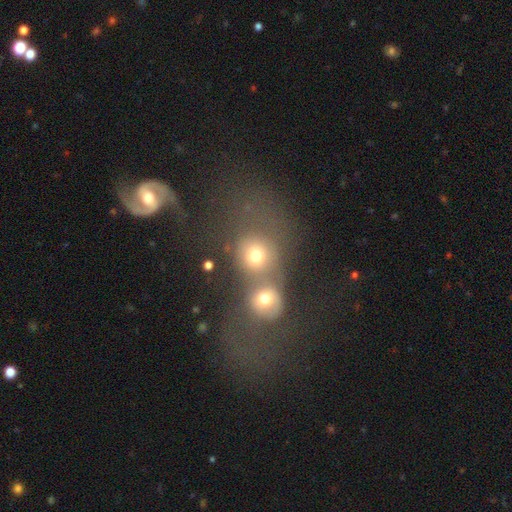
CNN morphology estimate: Overall: smooth (71%). How rounded: round (78%). Merging: merger (65%).